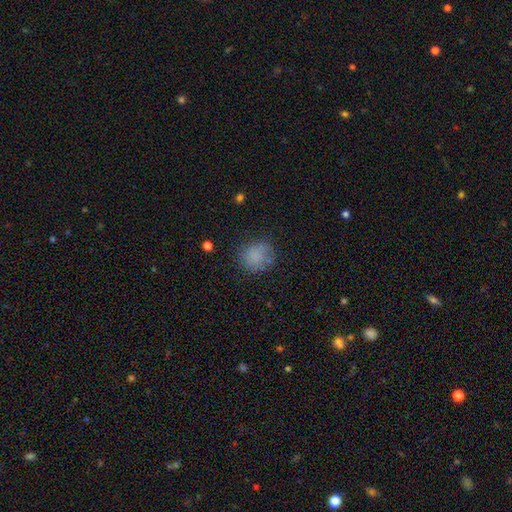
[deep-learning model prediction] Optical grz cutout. It shows a smooth galaxy with no disk features (77%) that is round (77%). Merging: none (68%).